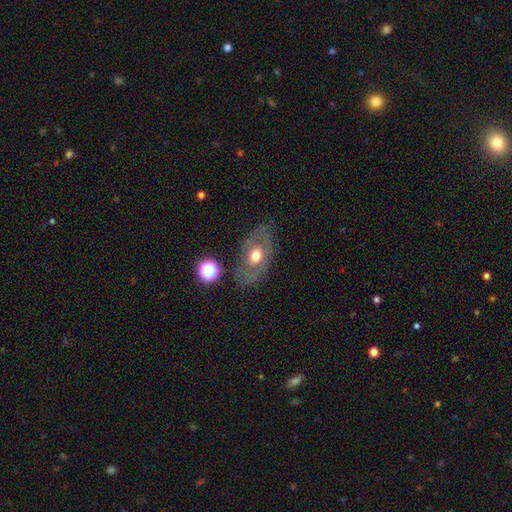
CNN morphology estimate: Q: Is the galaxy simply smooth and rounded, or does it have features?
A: featured or disk — 50%.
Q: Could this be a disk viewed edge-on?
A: no — 88%.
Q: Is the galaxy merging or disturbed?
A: none — 75%.